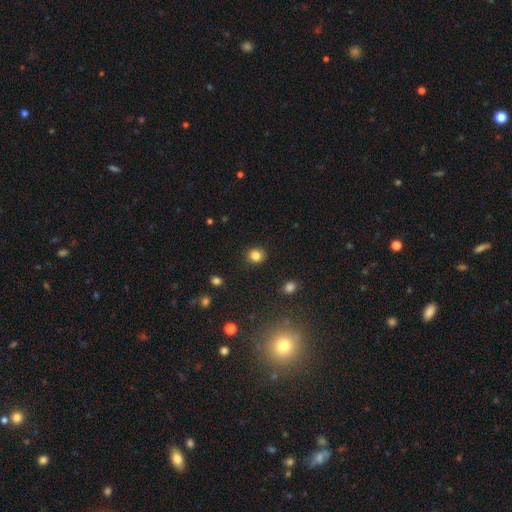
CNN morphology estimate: A smooth galaxy with no disk features (83%) that is round (85%).

Vote fractions:
- Smooth or featured? smooth: 83% / star or artifact: 12% / featured or disk: 5%
- How rounded? round: 85% / in between: 14% / cigar-shaped: 1%
- Merging? none: 91% / minor disturbance: 6% / major disturbance: 2% / merger: 1%